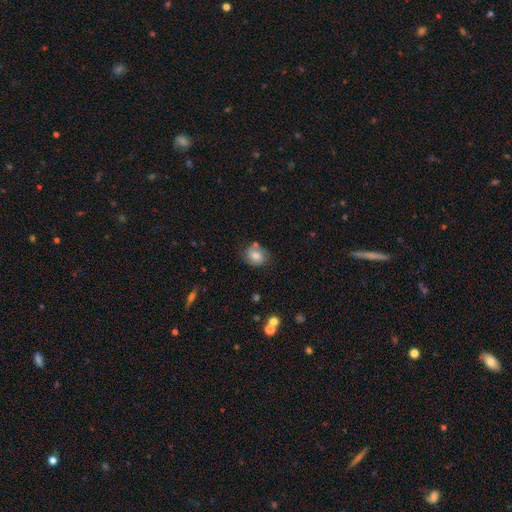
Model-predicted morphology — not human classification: Smooth or featured? Predicted: smooth (p=0.67). How rounded? Predicted: round (p=0.63). Merging? Predicted: none (p=0.67).